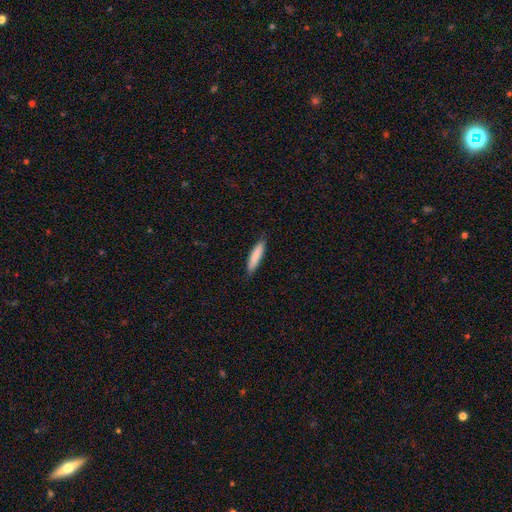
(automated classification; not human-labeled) smooth-or-featured: smooth: 84% | featured or disk: 10% | star or artifact: 5%
  how-rounded: cigar-shaped: 82% | in between: 16% | round: 1%
  merging: none: 86% | minor disturbance: 11% | major disturbance: 2% | merger: 1%